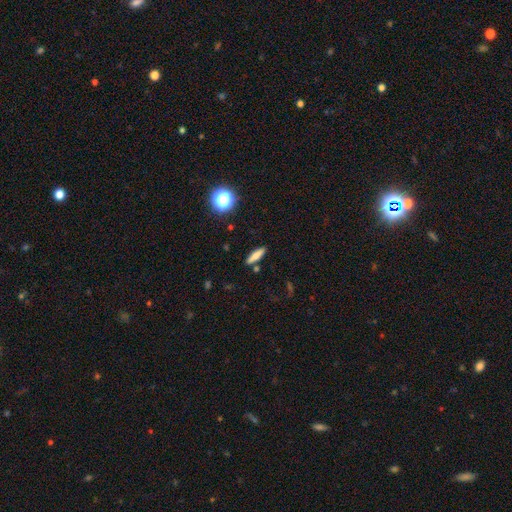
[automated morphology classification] smooth 70%, featured or disk 20%, star or artifact 10%. Down the decision tree: how rounded — cigar-shaped (67%); merging — none (85%).